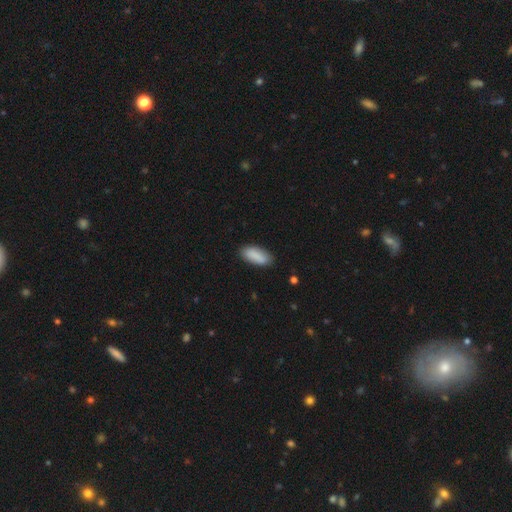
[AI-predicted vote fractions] smooth-or-featured: smooth: 88% | star or artifact: 6% | featured or disk: 5%
  how-rounded: in between: 83% | cigar-shaped: 15% | round: 2%
  merging: none: 83% | minor disturbance: 13% | major disturbance: 2% | merger: 1%